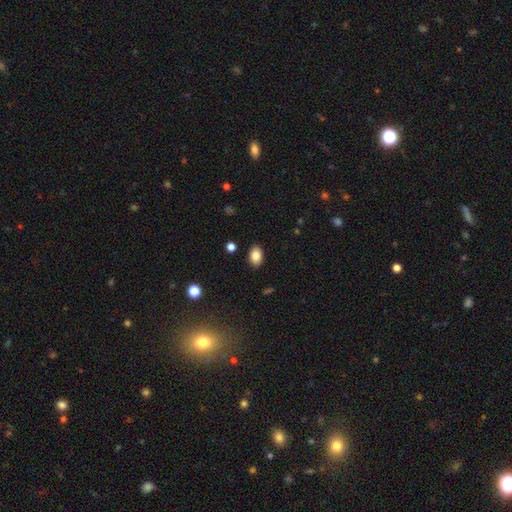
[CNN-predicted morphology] smooth_or_featured: smooth (p=0.85) [alt: star or artifact p=0.09]
how_rounded: in between (p=0.87) [alt: round p=0.11]
merging: none (p=0.88) [alt: minor disturbance p=0.08]